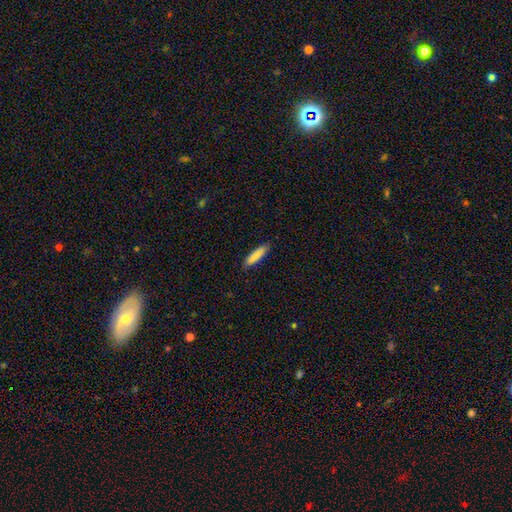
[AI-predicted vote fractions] Overall: smooth (87%). How rounded: cigar-shaped (77%). Merging: none (88%).